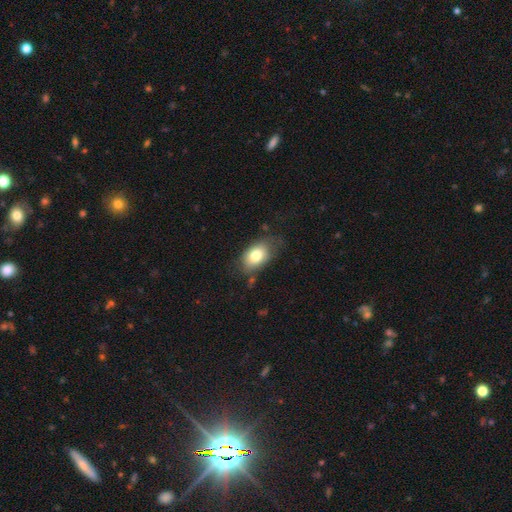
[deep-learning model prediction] Smooth or featured?
  - smooth: 77% *
  - featured or disk: 14%
  - star or artifact: 8%
How rounded?
  - in between: 84% *
  - round: 14%
  - cigar-shaped: 1%
Merging?
  - none: 64% *
  - minor disturbance: 25%
  - major disturbance: 8%
  - merger: 3%